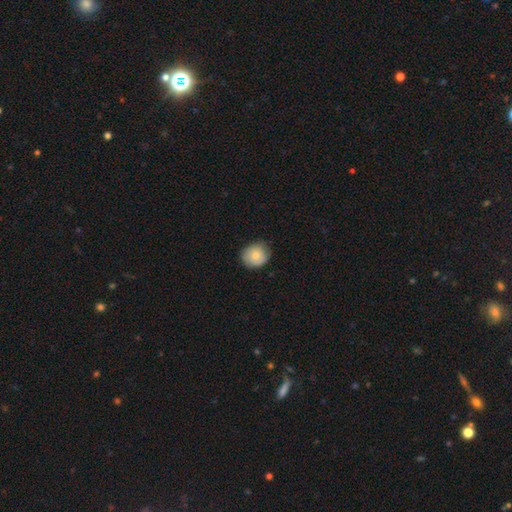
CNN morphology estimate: This appears to be a smooth galaxy with no disk features (78%) that is round (76%). Merging: none (71%).